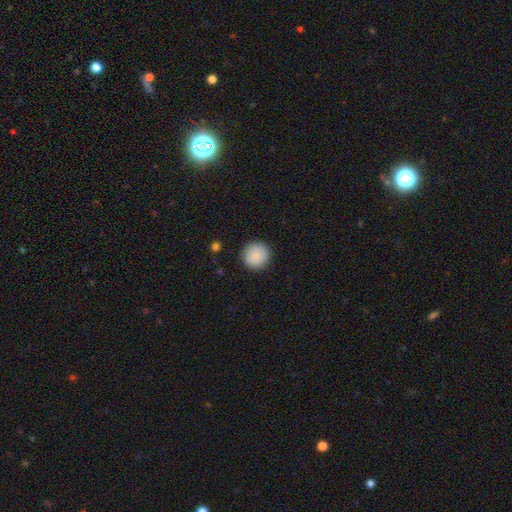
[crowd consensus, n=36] Smooth or featured? smooth (92%)
How rounded? round (97%)
Merging? none (89%)